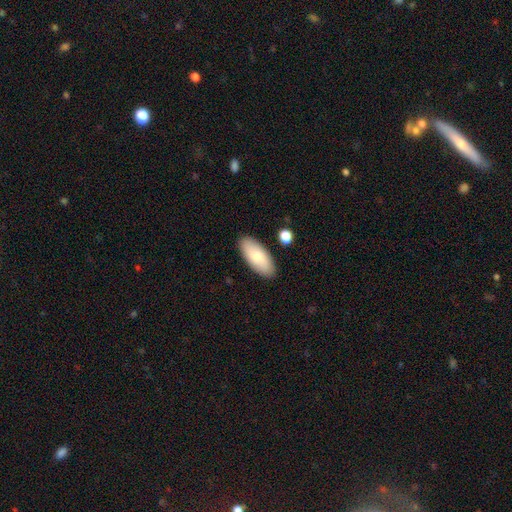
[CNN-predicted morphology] This is likely a smooth galaxy (76%). How rounded: clearly in between (87%). Merging: clearly none (87%).